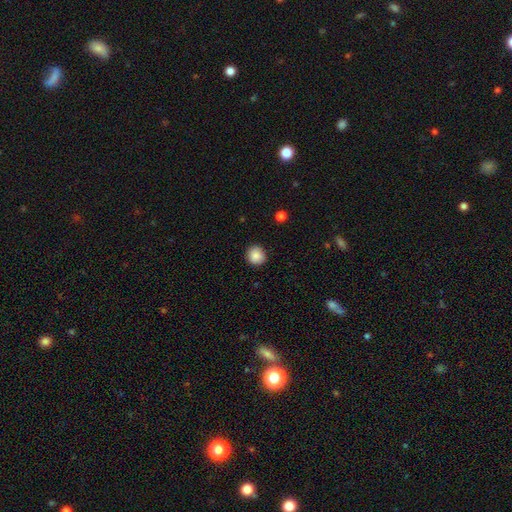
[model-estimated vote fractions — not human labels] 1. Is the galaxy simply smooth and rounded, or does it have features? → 87% smooth, 9% star or artifact, 4% featured or disk.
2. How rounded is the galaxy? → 90% round, 9% in between, 1% cigar-shaped.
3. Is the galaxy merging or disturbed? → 89% none, 8% minor disturbance, 2% major disturbance, 1% merger.